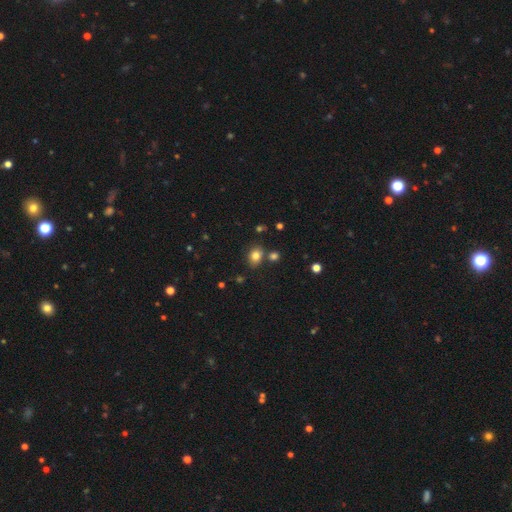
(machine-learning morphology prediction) type=smooth (81%); roundness=in between (55%); merging=none (76%).